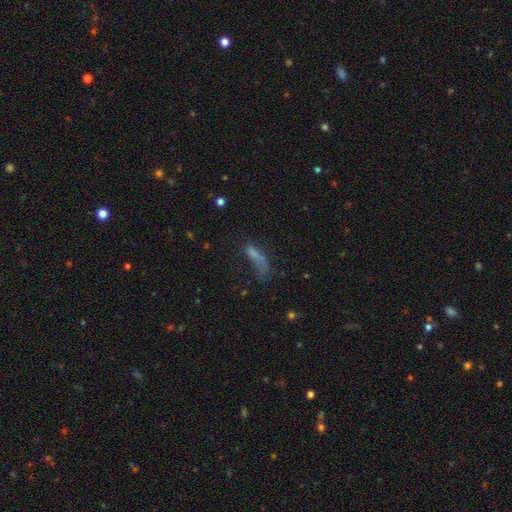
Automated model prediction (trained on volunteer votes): Smooth or featured? smooth (59%)
How rounded? in between (50%)
Merging? major disturbance (45%)